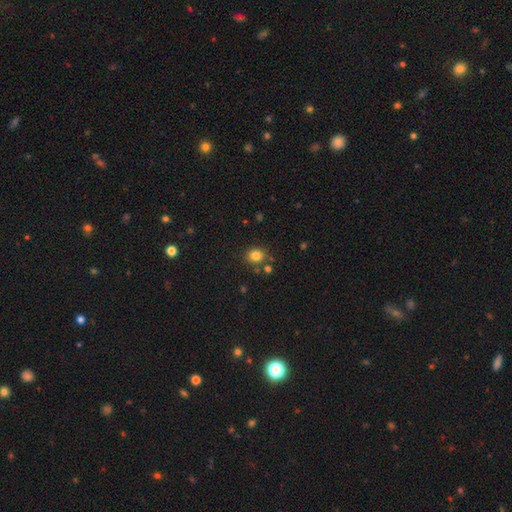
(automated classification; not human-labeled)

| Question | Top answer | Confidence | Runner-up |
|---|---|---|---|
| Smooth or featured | smooth | 82% | star or artifact (13%) |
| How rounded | round | 75% | in between (24%) |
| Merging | none | 79% | minor disturbance (10%) |